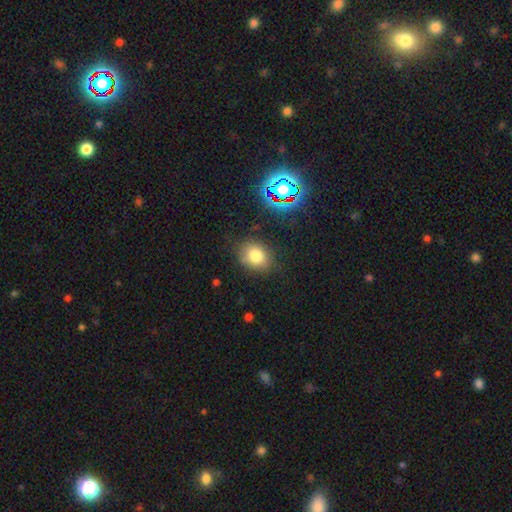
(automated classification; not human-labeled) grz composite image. It shows a smooth galaxy with no disk features (77%) that is round (50%). Merging: none (79%).